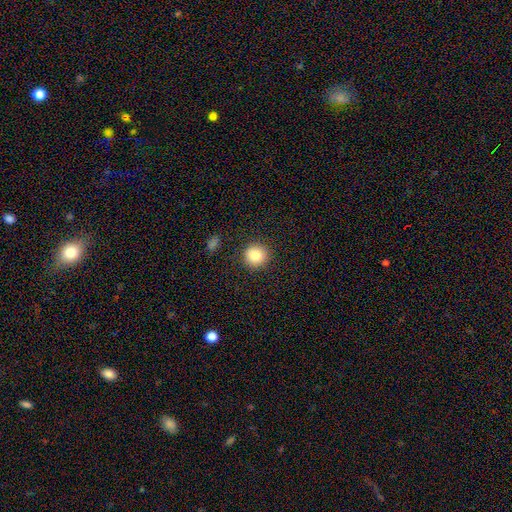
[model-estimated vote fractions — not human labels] A smooth galaxy with no disk features (84%) that is round (93%). Merging: none (90%).